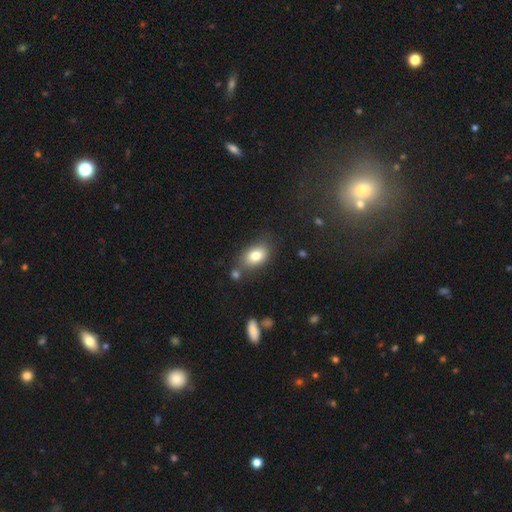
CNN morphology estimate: smooth 79%, featured or disk 12%, star or artifact 9%. Down the decision tree: how rounded — in between (85%); merging — none (72%).